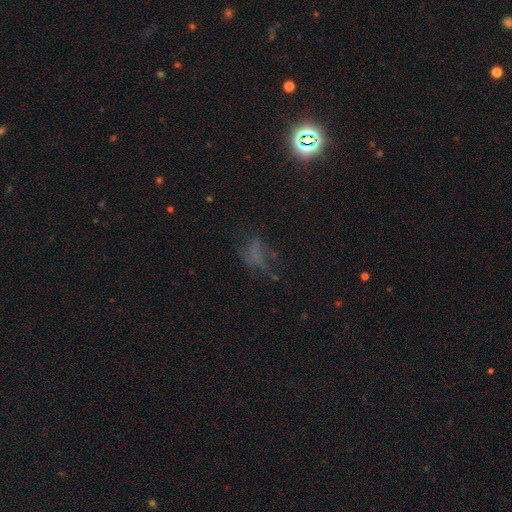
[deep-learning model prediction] smooth_or_featured: smooth (p=0.36) [alt: featured or disk p=0.34]
merging: none (p=0.44) [alt: major disturbance p=0.33]